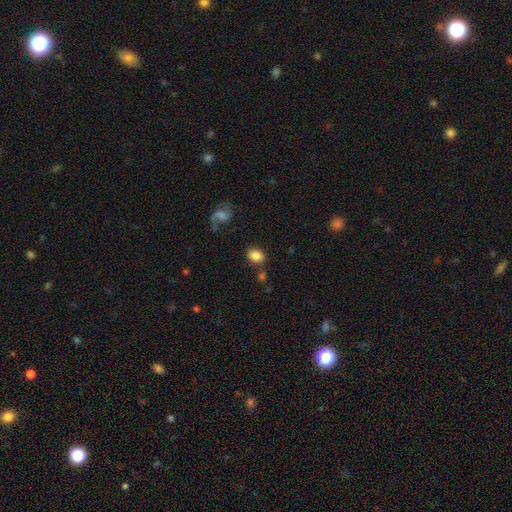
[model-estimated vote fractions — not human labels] The model was most divided on "how rounded": in between: 66%, round: 33%, cigar-shaped: 1%. More confident: smooth or featured — smooth (82%); merging — none (75%).